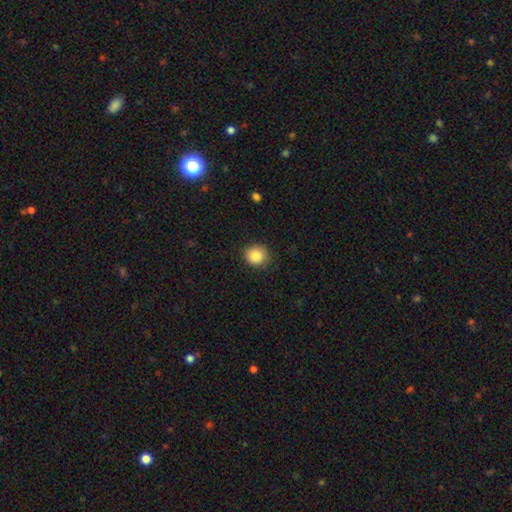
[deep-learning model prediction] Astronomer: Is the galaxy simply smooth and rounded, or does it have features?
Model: smooth — 87%.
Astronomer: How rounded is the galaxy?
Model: round — 87%.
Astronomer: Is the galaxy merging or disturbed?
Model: none — 85%.